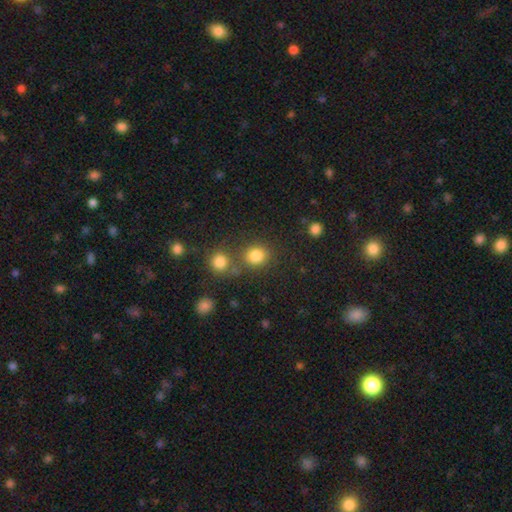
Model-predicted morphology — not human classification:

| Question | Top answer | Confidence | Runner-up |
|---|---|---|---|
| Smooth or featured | smooth | 82% | star or artifact (13%) |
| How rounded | round | 77% | in between (22%) |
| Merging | none | 67% | merger (20%) |